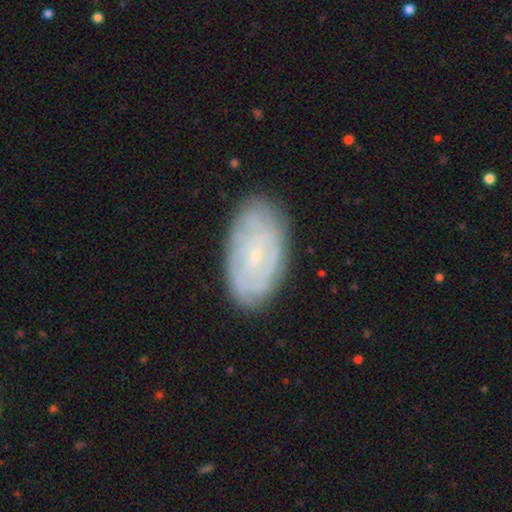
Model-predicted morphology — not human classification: A featured or disk galaxy (66%) with no bar (66%), spiral arms (78%) and a small central bulge (83%).

Vote fractions:
- Smooth or featured? featured or disk: 66% / smooth: 27% / star or artifact: 7%
- Edge-on disk? no: 94% / yes: 6%
- Bar? no: 66% / weak: 28% / strong: 6%
- Spiral arms? yes: 78% / no: 22%
- Bulge size? small: 83% / moderate: 12% / none: 3% / large: 1% / dominant: 1%
- Merging? none: 81% / minor disturbance: 15% / major disturbance: 3% / merger: 1%